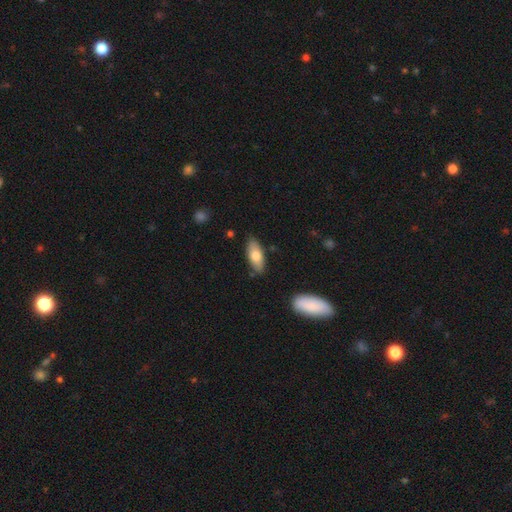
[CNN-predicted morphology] A smooth galaxy with no disk features (74%) that is in between round and cigar-shaped (79%).

Vote fractions:
- Smooth or featured? smooth: 74% / featured or disk: 20% / star or artifact: 6%
- How rounded? in between: 79% / cigar-shaped: 19% / round: 2%
- Merging? none: 82% / minor disturbance: 14% / major disturbance: 2% / merger: 2%